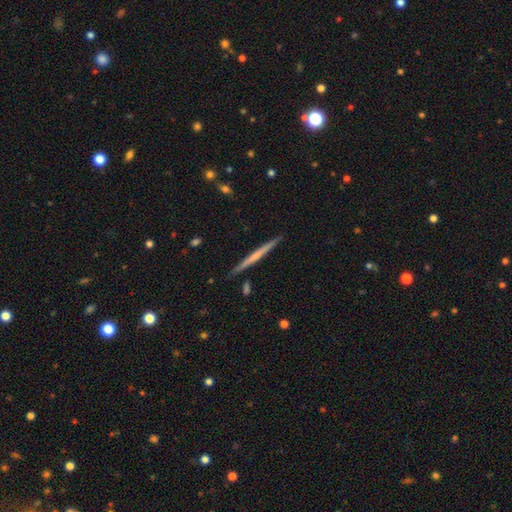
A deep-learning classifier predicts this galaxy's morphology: type=featured or disk (56%); edge-on=yes (98%); edge-on bulge=none (80%); merging=none (90%).